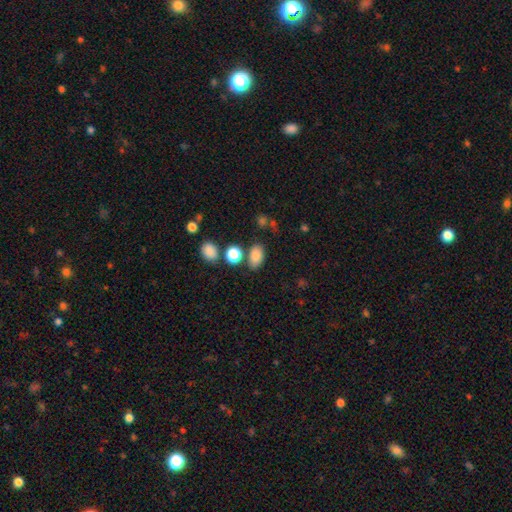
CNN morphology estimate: smooth_or_featured: smooth (p=0.83) [alt: star or artifact p=0.11]
how_rounded: in between (p=0.87) [alt: round p=0.12]
merging: none (p=0.76) [alt: minor disturbance p=0.12]